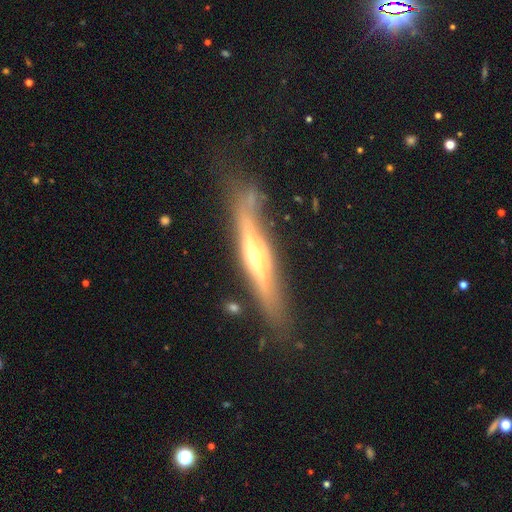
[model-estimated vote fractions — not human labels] This appears to be a featured or disk galaxy (72%) viewed edge-on (86%) with a rounded central bulge (85%). Merging: none (64%).